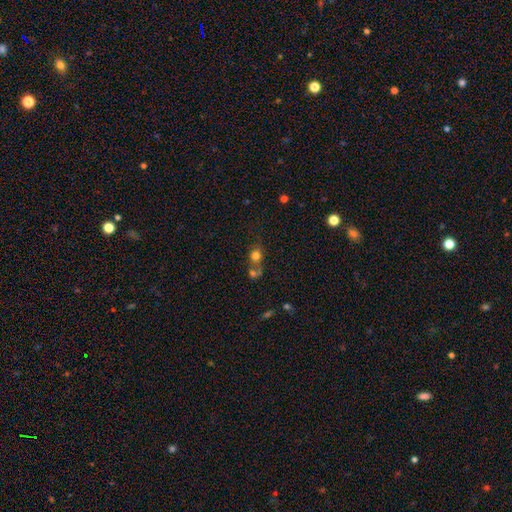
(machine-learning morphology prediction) Smooth or featured? Predicted: smooth (p=0.72). How rounded? Predicted: round (p=0.76). Merging? Predicted: merger (p=0.47).